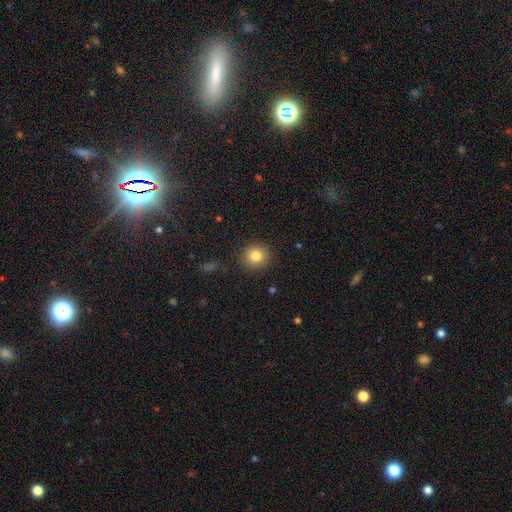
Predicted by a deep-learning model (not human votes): Smooth or featured? Predicted: smooth (p=0.83). How rounded? Predicted: round (p=0.89). Merging? Predicted: none (p=0.89).